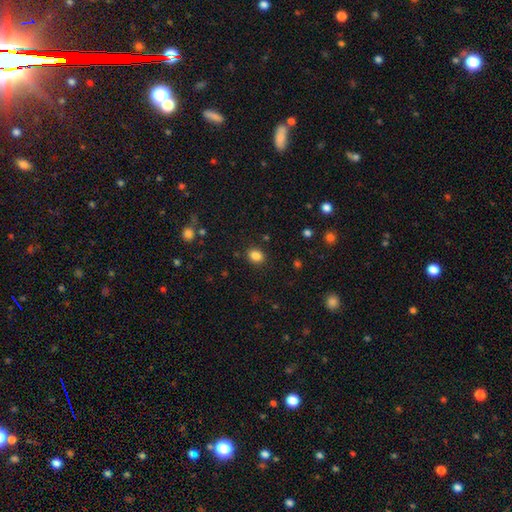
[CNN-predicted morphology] Smooth or featured? smooth (85%)
How rounded? round (51%)
Merging? none (87%)